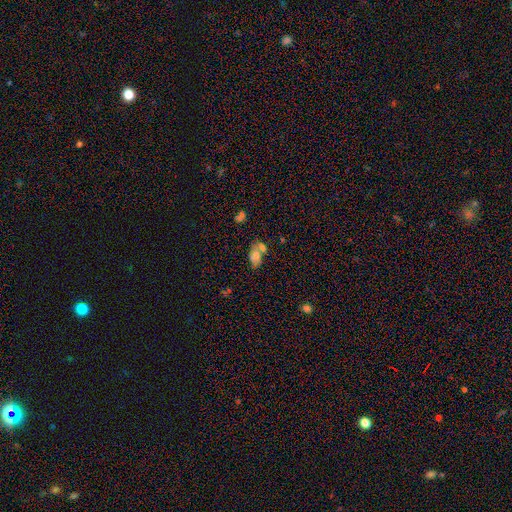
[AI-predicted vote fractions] Morphology: type=smooth (66%); roundness=in between (88%); merging=none (43%).